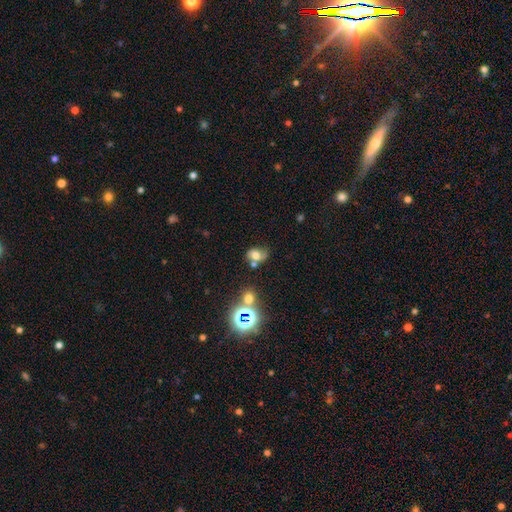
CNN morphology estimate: Q: Smooth or featured?
A: smooth (55%); runner-up: featured or disk (26%)
Q: How rounded?
A: in between (63%); runner-up: round (36%)
Q: Merging?
A: none (51%); runner-up: minor disturbance (22%)